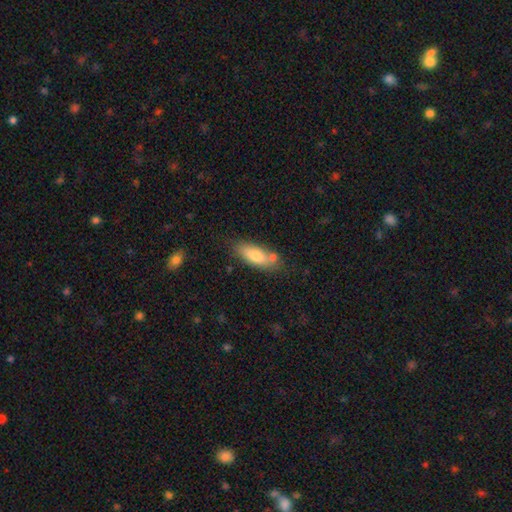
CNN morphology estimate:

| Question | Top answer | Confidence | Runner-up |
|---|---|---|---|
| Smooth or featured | smooth | 74% | featured or disk (19%) |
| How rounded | in between | 71% | cigar-shaped (26%) |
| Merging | none | 65% | minor disturbance (17%) |